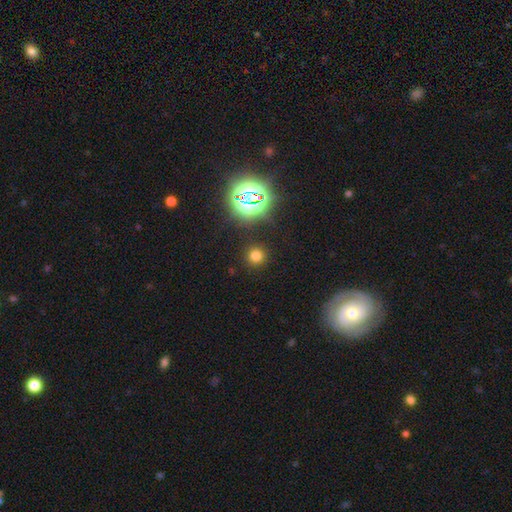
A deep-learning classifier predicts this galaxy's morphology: Smooth or featured? smooth (71%)
How rounded? round (93%)
Merging? none (89%)